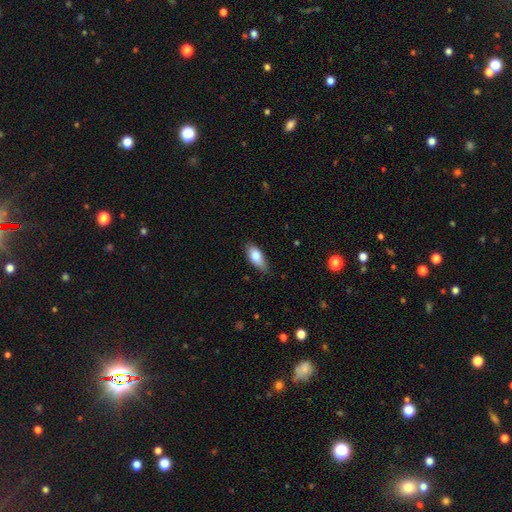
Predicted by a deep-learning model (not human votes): The model was most divided on "merging": none: 74%, minor disturbance: 22%, major disturbance: 3%, merger: 1%. More confident: how rounded — in between (82%); smooth or featured — smooth (80%).